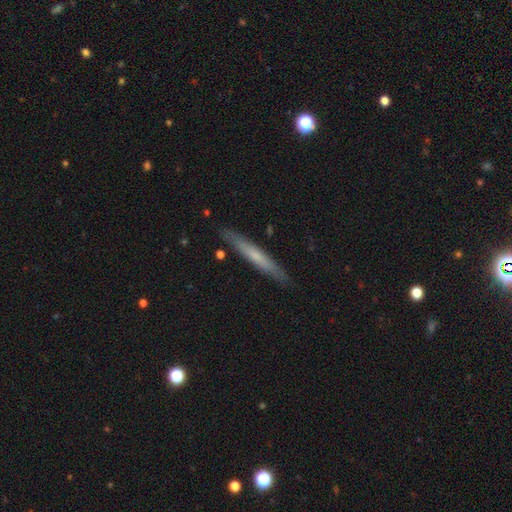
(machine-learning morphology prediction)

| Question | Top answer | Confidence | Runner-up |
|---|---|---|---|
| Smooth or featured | smooth | 52% | featured or disk (43%) |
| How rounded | cigar-shaped | 96% | in between (3%) |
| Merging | none | 89% | minor disturbance (8%) |